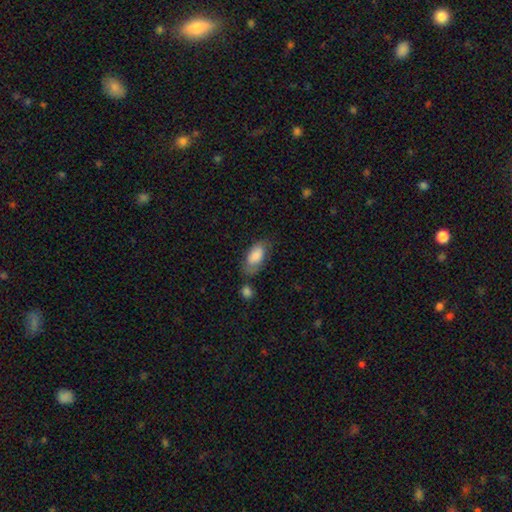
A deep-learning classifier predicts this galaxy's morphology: type=smooth (79%); roundness=in between (92%); merging=none (58%).